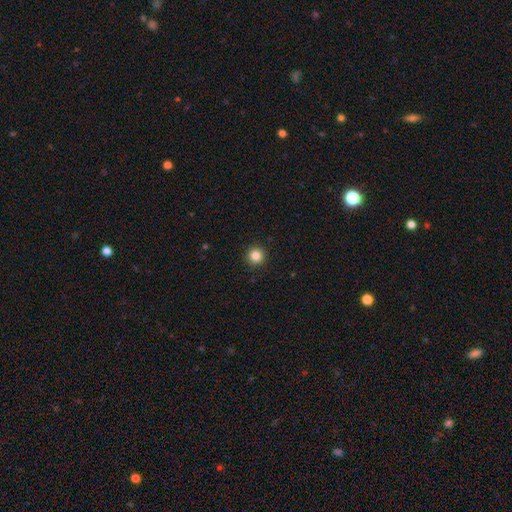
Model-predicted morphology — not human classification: A smooth galaxy with no disk features (85%) that is round (96%).

Vote fractions:
- Smooth or featured? smooth: 85% / star or artifact: 11% / featured or disk: 4%
- How rounded? round: 96% / in between: 3% / cigar-shaped: 1%
- Merging? none: 93% / minor disturbance: 5% / major disturbance: 2% / merger: 1%